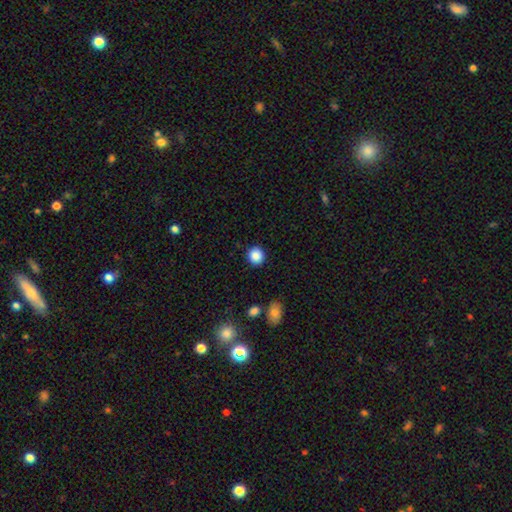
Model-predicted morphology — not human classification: type=smooth (87%); roundness=round (89%); merging=none (90%).